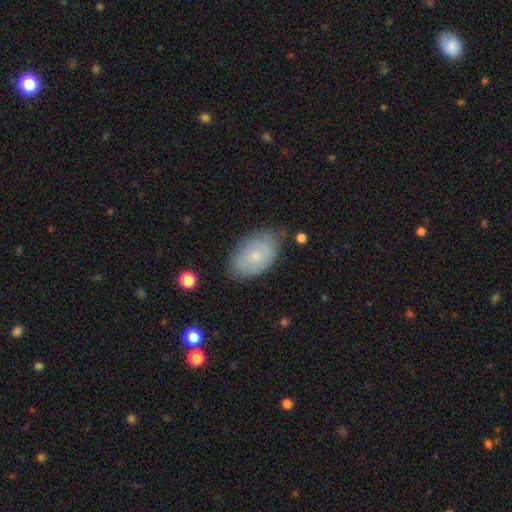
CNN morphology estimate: Smooth or featured? smooth (68%)
How rounded? in between (91%)
Merging? none (76%)